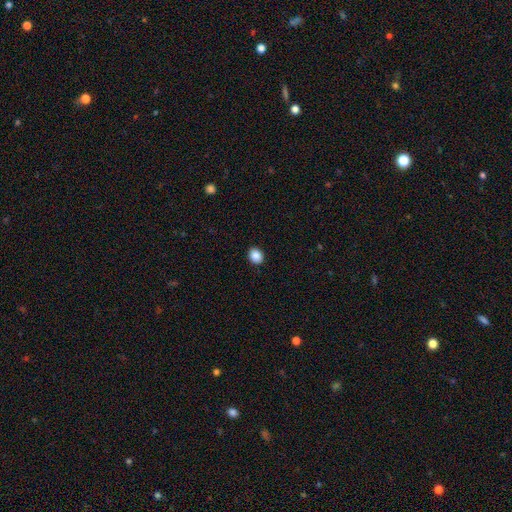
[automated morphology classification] type=smooth (88%); roundness=round (63%); merging=none (92%).